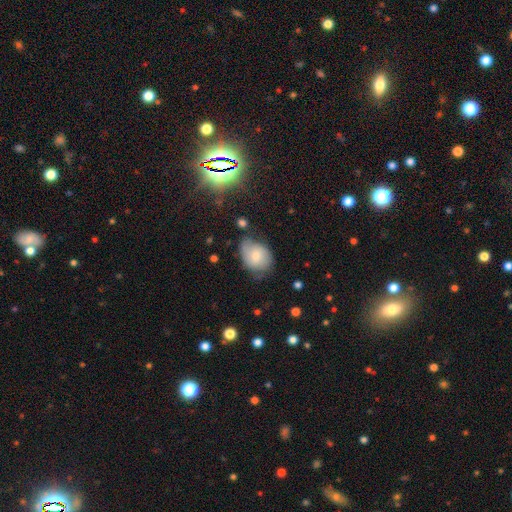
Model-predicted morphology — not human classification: A smooth galaxy with no disk features (67%) that is in between round and cigar-shaped (62%). Merging: none (47%).